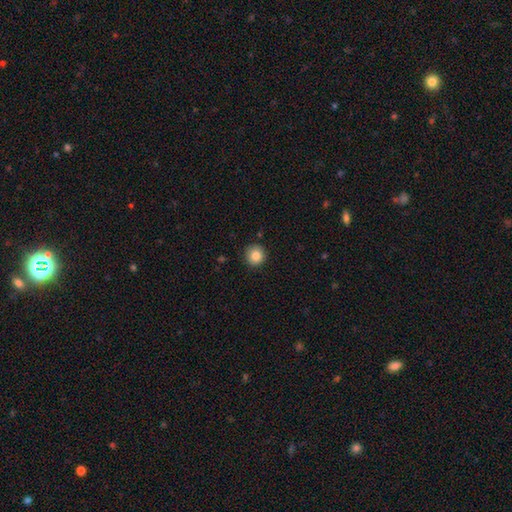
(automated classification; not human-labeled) Q: Smooth or featured?
A: smooth (85%); runner-up: star or artifact (10%)
Q: How rounded?
A: round (93%); runner-up: in between (6%)
Q: Merging?
A: none (89%); runner-up: minor disturbance (8%)